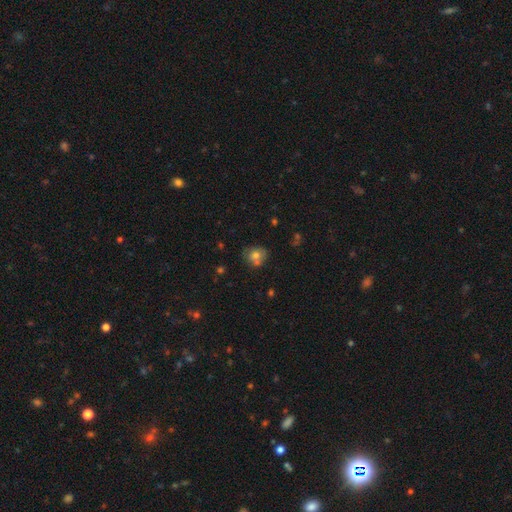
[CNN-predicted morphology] smooth_or_featured: smooth (p=0.73) [alt: featured or disk p=0.16]
how_rounded: round (p=0.74) [alt: in between p=0.25]
merging: none (p=0.57) [alt: minor disturbance p=0.19]